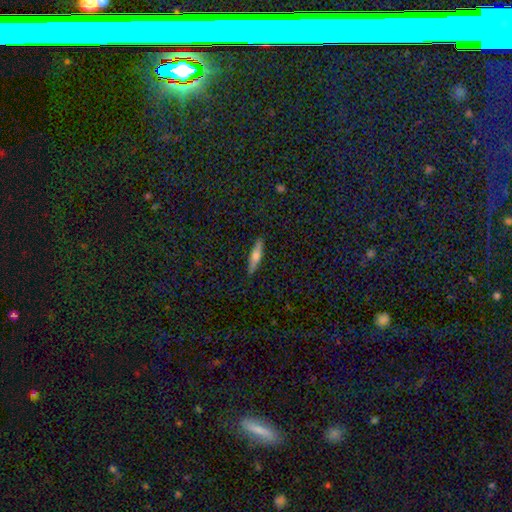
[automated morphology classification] Smooth or featured? Predicted: smooth (p=0.50). Merging? Predicted: none (p=0.90).